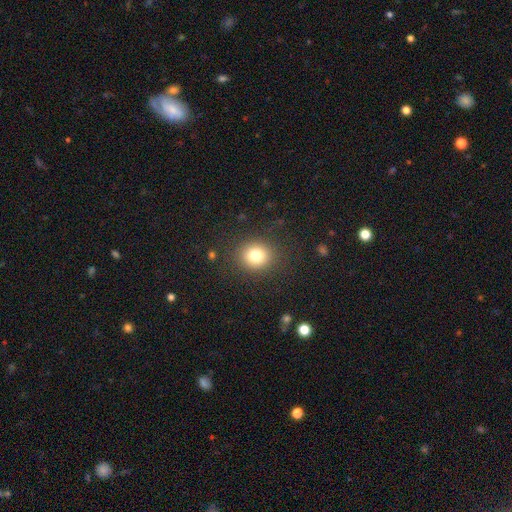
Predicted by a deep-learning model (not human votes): Morphology: type=smooth (79%); roundness=round (80%); merging=none (88%).